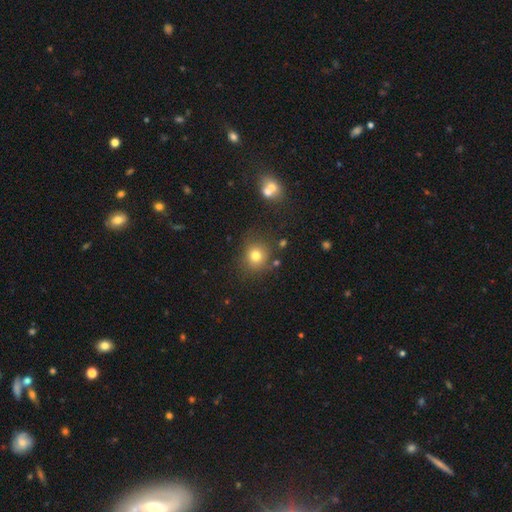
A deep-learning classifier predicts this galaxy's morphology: The model was most divided on "smooth or featured": smooth: 77%, star or artifact: 15%, featured or disk: 9%. More confident: how rounded — round (85%); merging — none (79%).